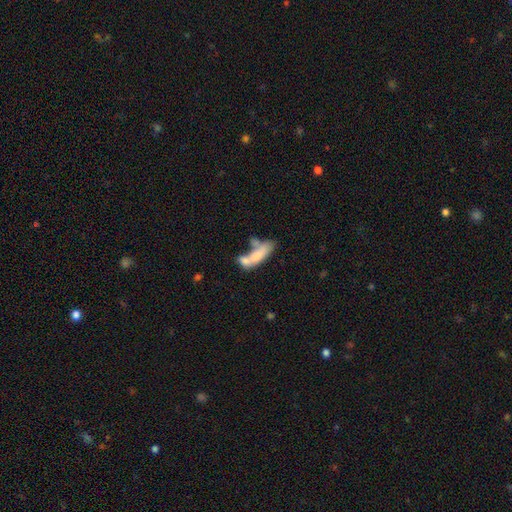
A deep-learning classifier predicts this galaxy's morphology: Q: Smooth or featured?
A: smooth (67%); runner-up: featured or disk (24%)
Q: How rounded?
A: in between (55%); runner-up: cigar-shaped (42%)
Q: Merging?
A: merger (50%); runner-up: none (24%)